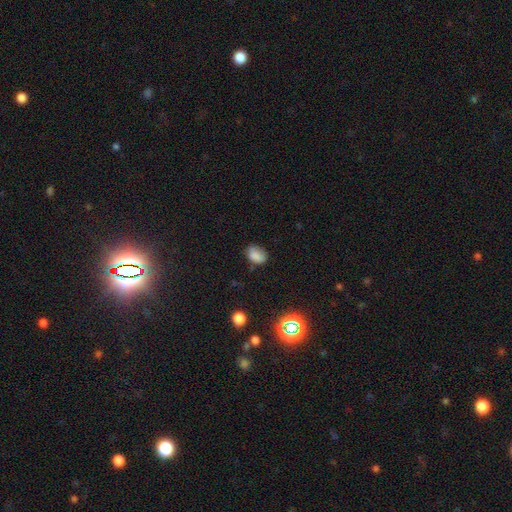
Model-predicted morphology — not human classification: Smooth or featured?
  - smooth: 82% *
  - star or artifact: 12%
  - featured or disk: 6%
How rounded?
  - in between: 78% *
  - round: 20%
  - cigar-shaped: 1%
Merging?
  - none: 67% *
  - minor disturbance: 25%
  - major disturbance: 5%
  - merger: 2%